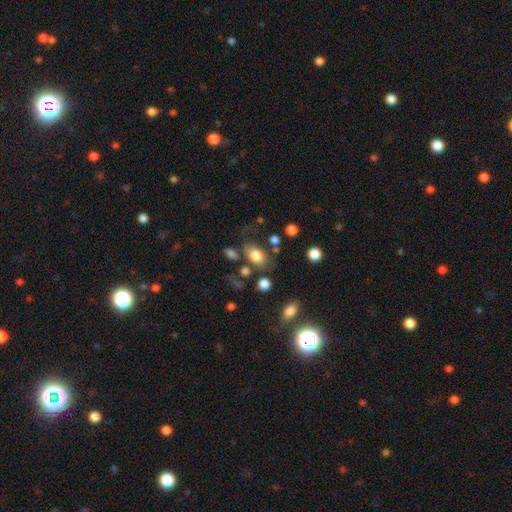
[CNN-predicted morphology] This appears to be a smooth galaxy with no disk features (78%) that is in between round and cigar-shaped (78%). Merging: none (62%).